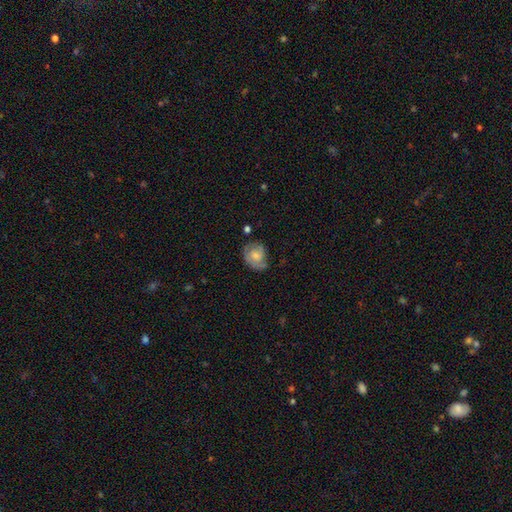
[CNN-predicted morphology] The model was most divided on "smooth or featured": featured or disk: 50%, smooth: 43%, star or artifact: 7%. More confident: merging — none (53%).